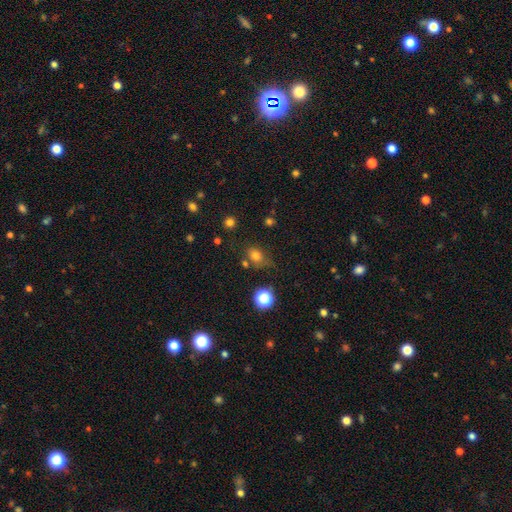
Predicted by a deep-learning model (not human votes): Smooth or featured?
  - smooth: 76% *
  - star or artifact: 17%
  - featured or disk: 8%
How rounded?
  - in between: 57% *
  - round: 42%
  - cigar-shaped: 1%
Merging?
  - none: 61% *
  - minor disturbance: 23%
  - merger: 8%
  - major disturbance: 8%